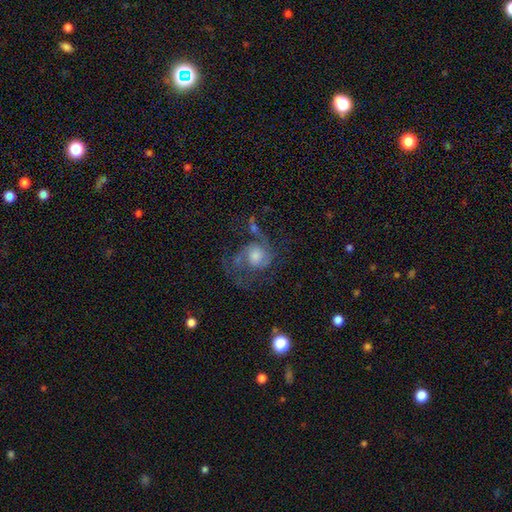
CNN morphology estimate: Overall: featured or disk (71%). Edge-on disk: no (98%). Bar: no (73%). Spiral arms: yes (88%). Spiral arm count: 2 (58%). Spiral winding: medium (48%; loose 27%). Bulge size: moderate (48%; small 25%). Merging: none (46%; major disturbance 30%).